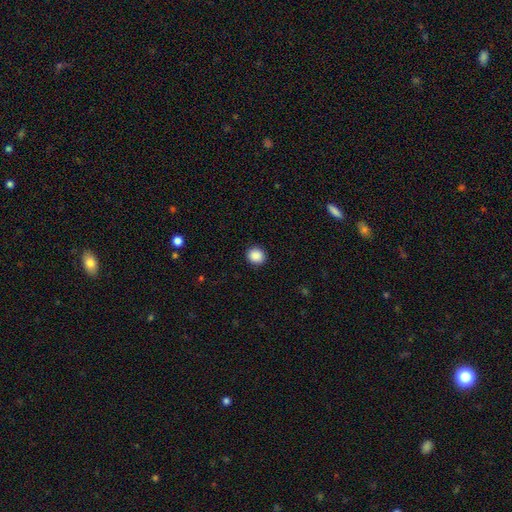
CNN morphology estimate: The model was most divided on "how rounded": round: 82%, in between: 17%, cigar-shaped: 1%. More confident: merging — none (92%); smooth or featured — smooth (89%).